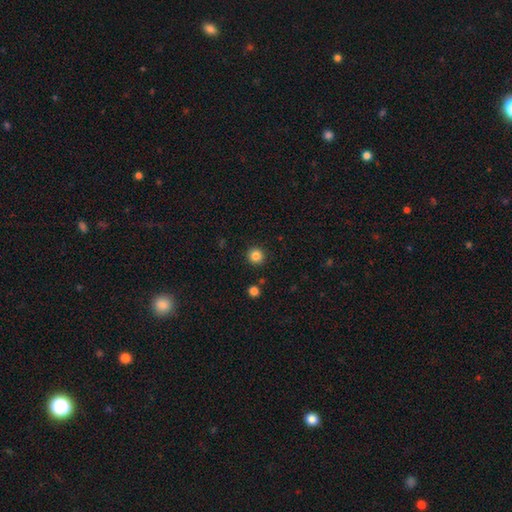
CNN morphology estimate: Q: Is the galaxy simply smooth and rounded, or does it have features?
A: smooth — 86%.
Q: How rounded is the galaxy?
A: round — 94%.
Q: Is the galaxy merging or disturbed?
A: none — 91%.